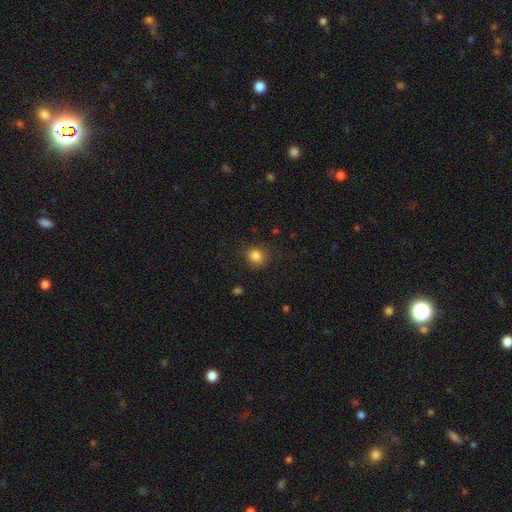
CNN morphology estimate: smooth_or_featured: smooth (p=0.84) [alt: star or artifact p=0.11]
how_rounded: round (p=0.83) [alt: in between p=0.16]
merging: none (p=0.83) [alt: minor disturbance p=0.12]